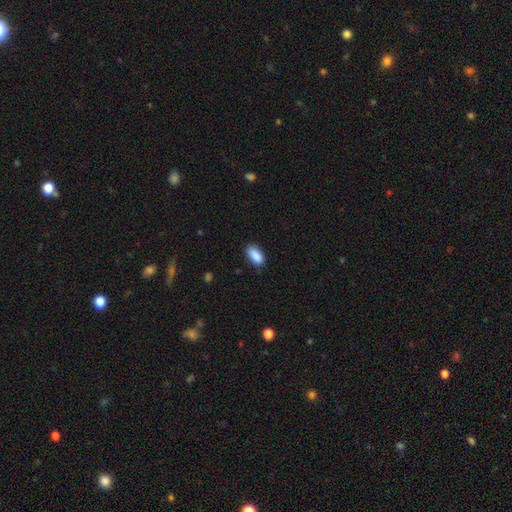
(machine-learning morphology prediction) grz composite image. It shows a smooth galaxy with no disk features (88%) that is in between round and cigar-shaped (90%). Merging: none (78%).